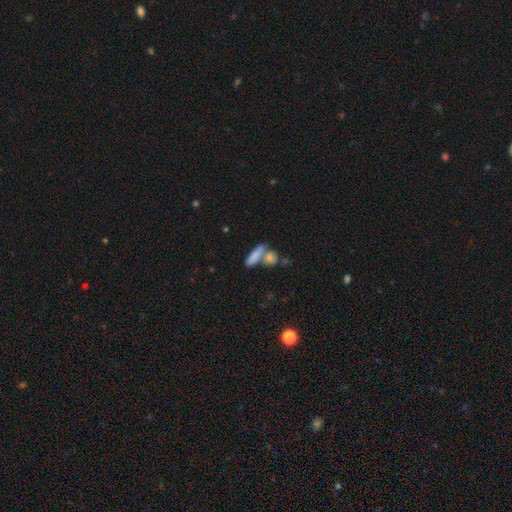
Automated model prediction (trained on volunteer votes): smooth_or_featured: smooth (p=0.79) [alt: featured or disk p=0.13]
how_rounded: cigar-shaped (p=0.53) [alt: in between p=0.41]
merging: none (p=0.47) [alt: merger p=0.39]